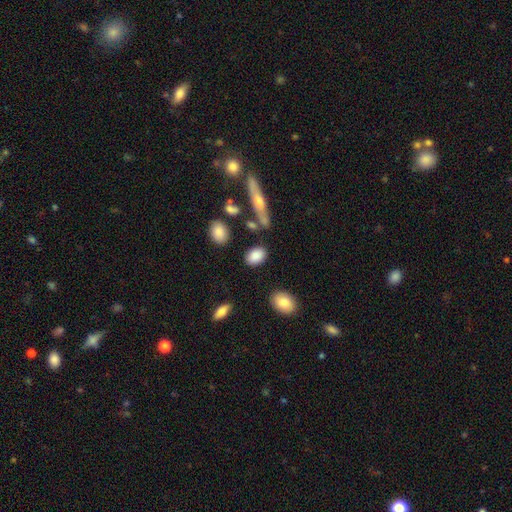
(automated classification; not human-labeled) Smooth or featured? smooth (84%)
How rounded? in between (84%)
Merging? none (82%)